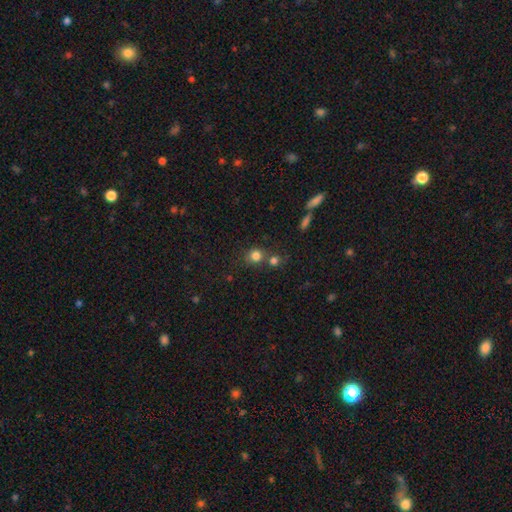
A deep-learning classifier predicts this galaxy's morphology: Overall: smooth (79%). How rounded: round (83%). Merging: none (59%; merger 28%).